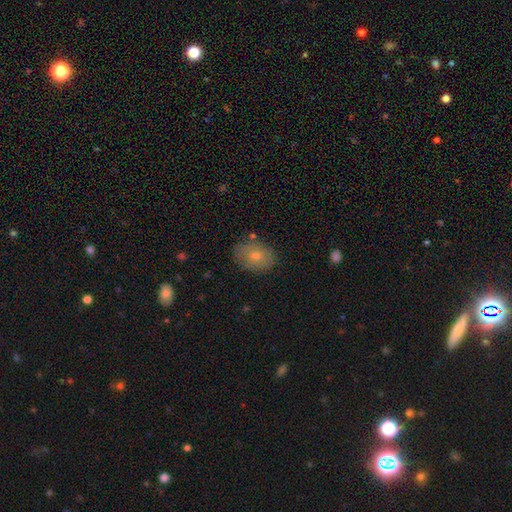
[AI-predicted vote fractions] Smooth or featured: smooth — 63% (featured or disk — 25%)
How rounded: in between — 70% (round — 29%)
Merging: none — 81% (minor disturbance — 14%)